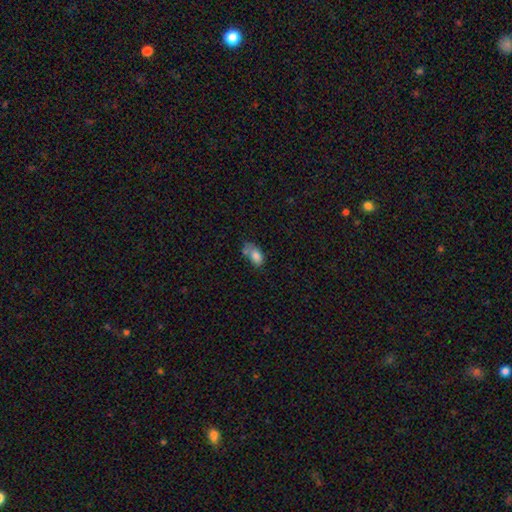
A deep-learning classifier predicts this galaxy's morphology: A smooth galaxy with no disk features (78%) that is in between round and cigar-shaped (89%). Merging: none (33%).